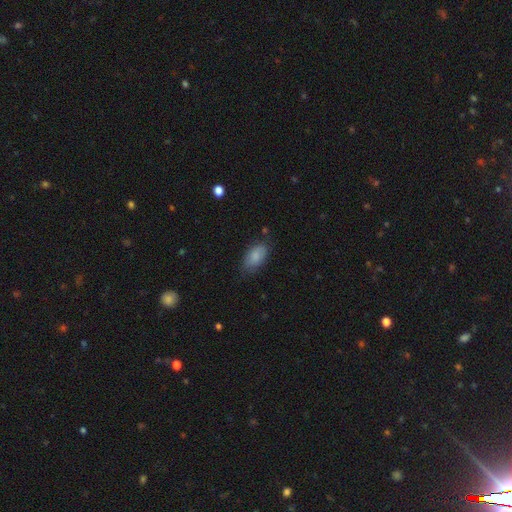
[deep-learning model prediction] Smooth or featured: smooth — 85% (featured or disk — 8%)
How rounded: in between — 93% (cigar-shaped — 4%)
Merging: none — 72% (minor disturbance — 21%)